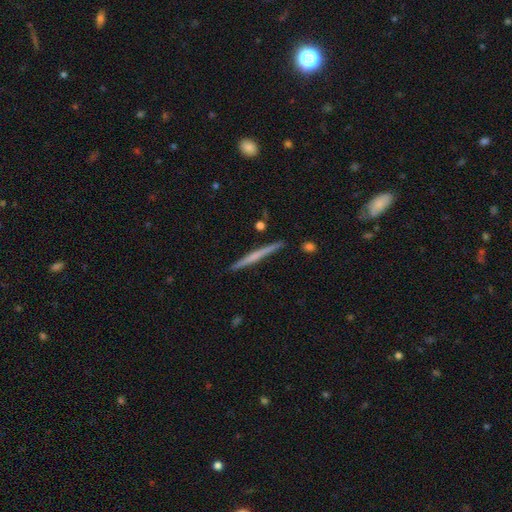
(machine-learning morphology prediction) A featured or disk galaxy (57%) viewed edge-on (98%) with no central bulge (69%).

Vote fractions:
- Smooth or featured? featured or disk: 57% / smooth: 38% / star or artifact: 6%
- Edge-on disk? yes: 98% / no: 2%
- Edge-on bulge? none: 69% / rounded: 23% / boxy: 8%
- Merging? none: 91% / minor disturbance: 6% / merger: 1% / major disturbance: 1%